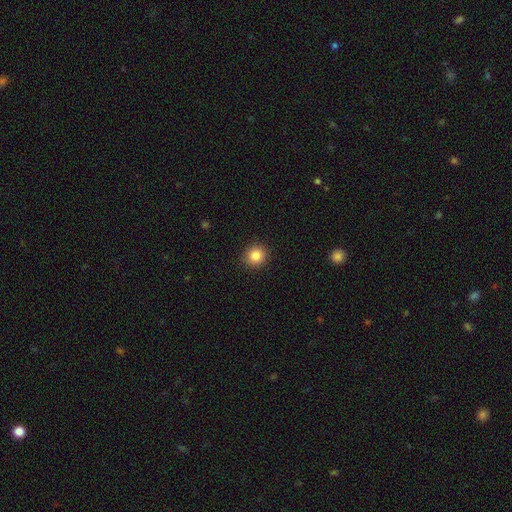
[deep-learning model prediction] smooth 85%, star or artifact 10%, featured or disk 5%. Down the decision tree: how rounded — round (88%); merging — none (91%).